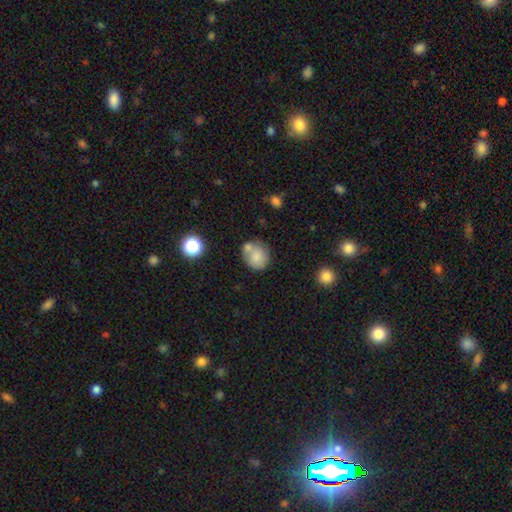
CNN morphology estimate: Overall: smooth (77%). How rounded: round (78%). Merging: none (47%; merger 33%).